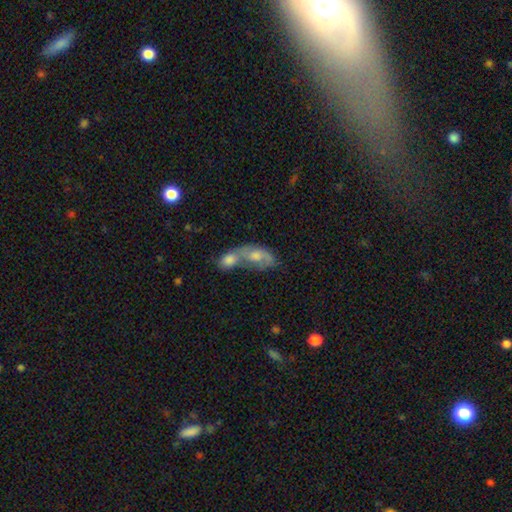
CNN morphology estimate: Smooth or featured: smooth — 45% (featured or disk — 43%)
Merging: merger — 69% (none — 16%)